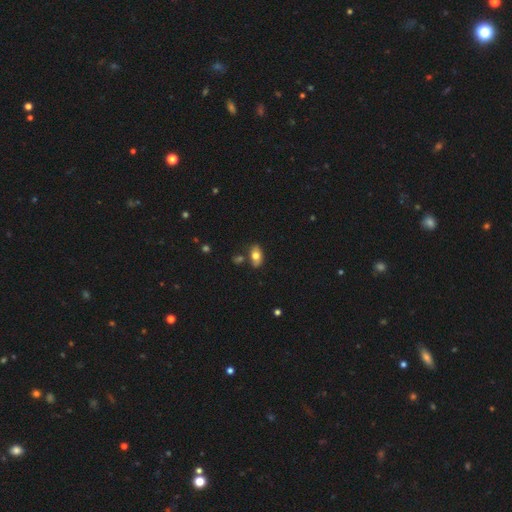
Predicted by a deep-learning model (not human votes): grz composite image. It shows a smooth galaxy with no disk features (72%) that is in between round and cigar-shaped (89%). Merging: none (76%).